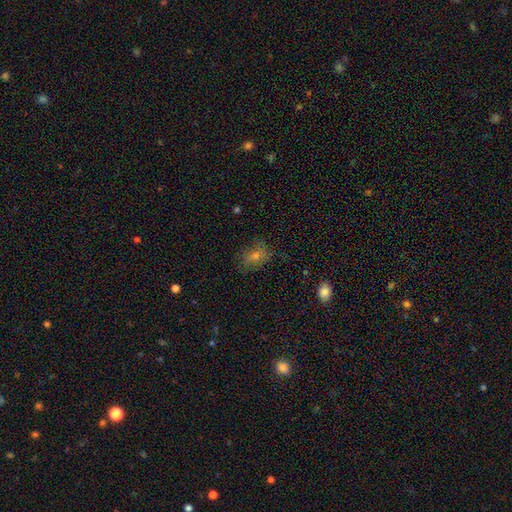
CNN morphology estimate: smooth_or_featured: smooth (p=0.53) [alt: featured or disk p=0.24]
how_rounded: in between (p=0.65) [alt: round p=0.33]
merging: none (p=0.74) [alt: minor disturbance p=0.18]